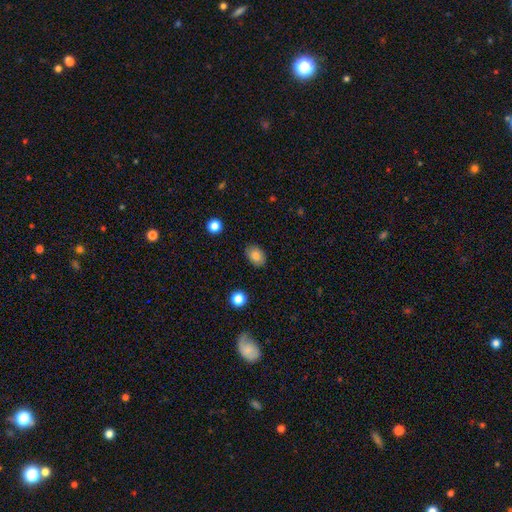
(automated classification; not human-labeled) smooth 83%, star or artifact 9%, featured or disk 8%. Down the decision tree: how rounded — in between (74%); merging — none (86%).